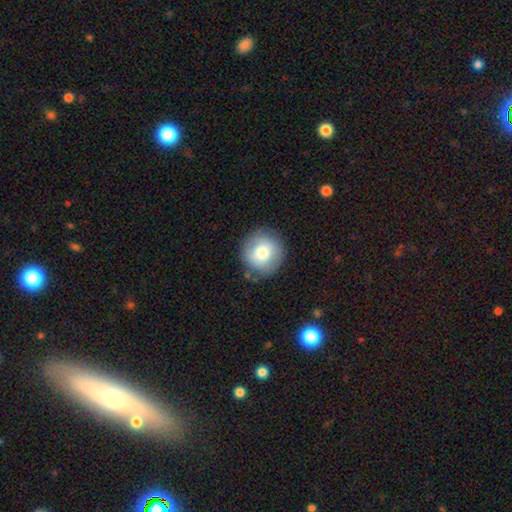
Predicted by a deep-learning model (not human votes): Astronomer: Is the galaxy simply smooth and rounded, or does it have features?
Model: smooth — 75%.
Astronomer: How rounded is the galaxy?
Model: round — 92%.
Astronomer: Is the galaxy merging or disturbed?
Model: none — 83%.